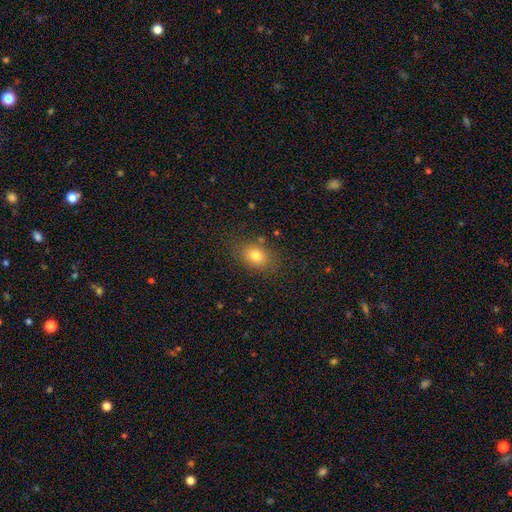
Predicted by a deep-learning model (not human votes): Smooth or featured: smooth — 78% (star or artifact — 12%)
How rounded: in between — 66% (round — 32%)
Merging: none — 80% (minor disturbance — 13%)